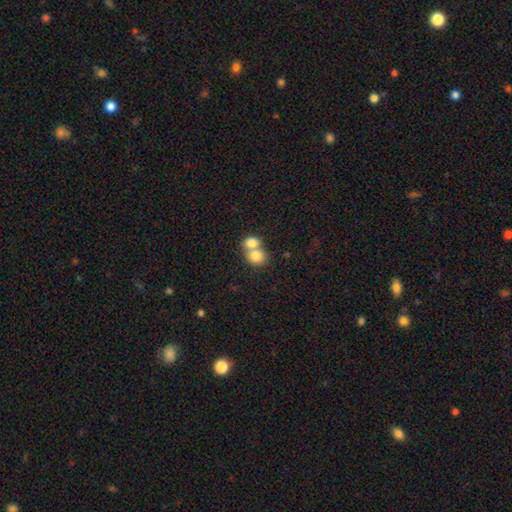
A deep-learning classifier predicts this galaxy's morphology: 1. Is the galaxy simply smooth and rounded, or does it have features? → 79% smooth, 13% featured or disk, 8% star or artifact.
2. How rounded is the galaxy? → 68% round, 32% in between, 1% cigar-shaped.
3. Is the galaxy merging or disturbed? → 67% merger, 26% none, 5% minor disturbance, 2% major disturbance.